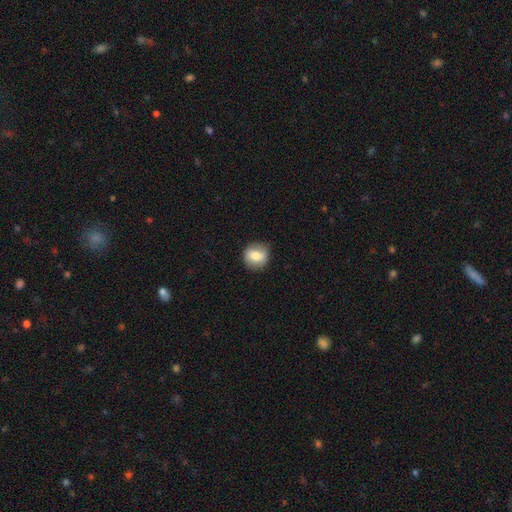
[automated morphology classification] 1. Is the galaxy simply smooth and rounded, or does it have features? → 74% smooth, 18% featured or disk, 8% star or artifact.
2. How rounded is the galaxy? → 83% round, 16% in between, 1% cigar-shaped.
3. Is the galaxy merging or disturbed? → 84% none, 11% minor disturbance, 3% major disturbance, 1% merger.